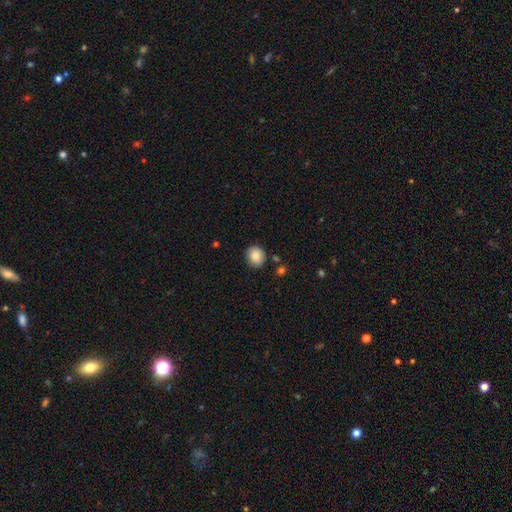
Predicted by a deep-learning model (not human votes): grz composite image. It shows a smooth galaxy with no disk features (87%) that is round (75%). Merging: none (85%).